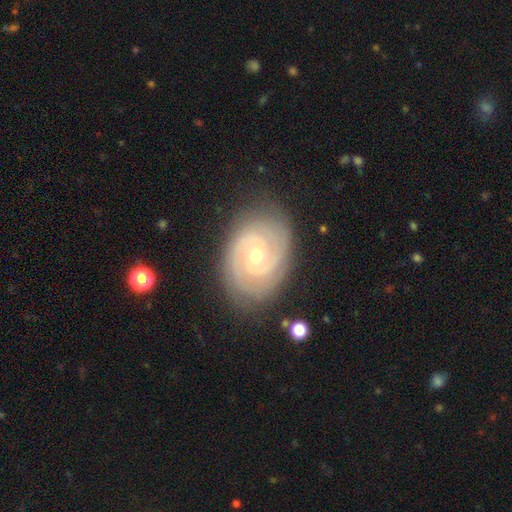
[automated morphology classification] type=featured or disk (90%); edge-on=no (97%); bar=no (63%); spiral arms=yes (98%); winding=tight (70%); arm count=2 (67%); bulge=small (54%); merging=none (83%).